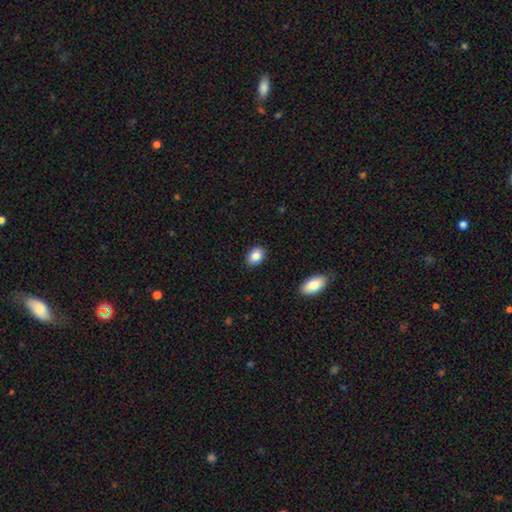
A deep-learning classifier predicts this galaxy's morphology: The model was most divided on "how rounded": in between: 79%, round: 20%, cigar-shaped: 1%. More confident: merging — none (88%); smooth or featured — smooth (88%).